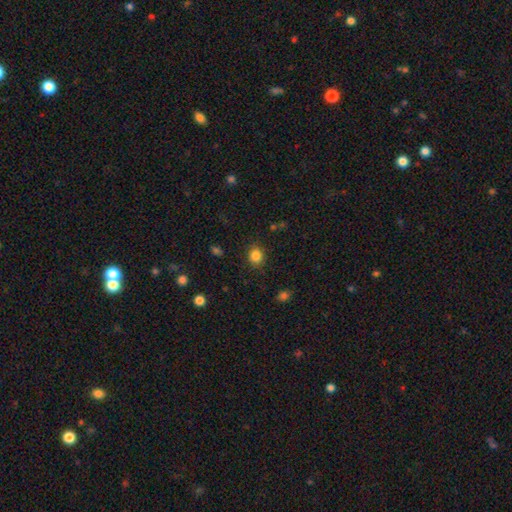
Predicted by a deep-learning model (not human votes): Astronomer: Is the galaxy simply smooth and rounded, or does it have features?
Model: smooth — 84%.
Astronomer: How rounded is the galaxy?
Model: round — 72%.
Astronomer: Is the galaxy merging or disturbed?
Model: none — 87%.